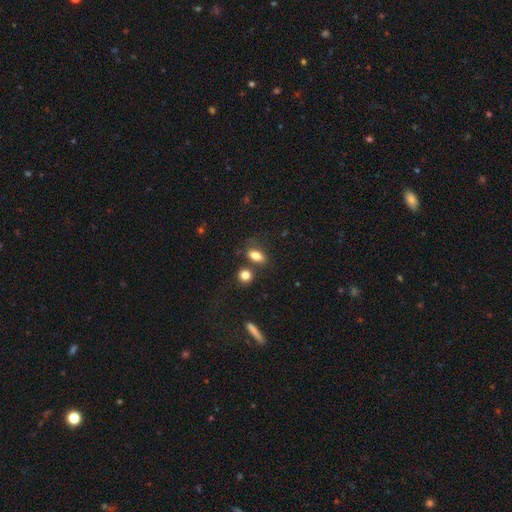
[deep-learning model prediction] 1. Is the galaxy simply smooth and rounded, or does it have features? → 80% smooth, 10% featured or disk, 10% star or artifact.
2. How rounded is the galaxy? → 81% in between, 11% round, 7% cigar-shaped.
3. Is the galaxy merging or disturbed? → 63% none, 16% minor disturbance, 15% merger, 6% major disturbance.